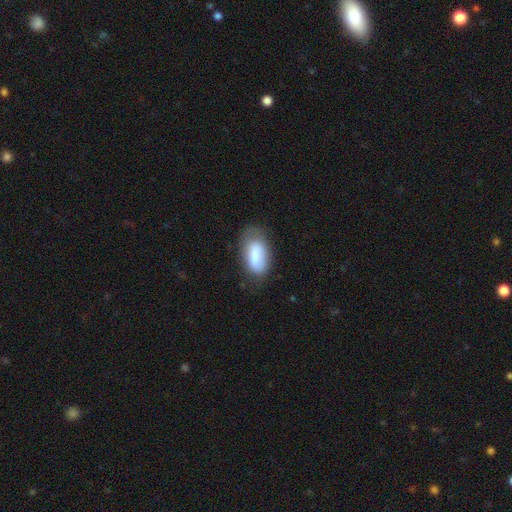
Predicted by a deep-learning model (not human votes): Overall: smooth (78%). How rounded: in between (91%). Merging: none (59%; minor disturbance 27%).